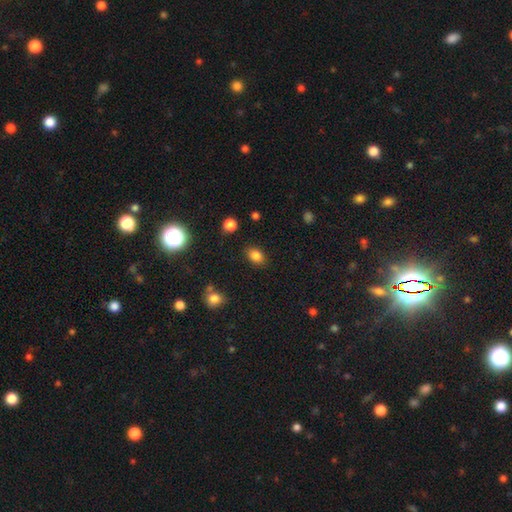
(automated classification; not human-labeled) This is clearly a smooth galaxy (84%). How rounded: likely in between (73%). Merging: clearly none (85%).